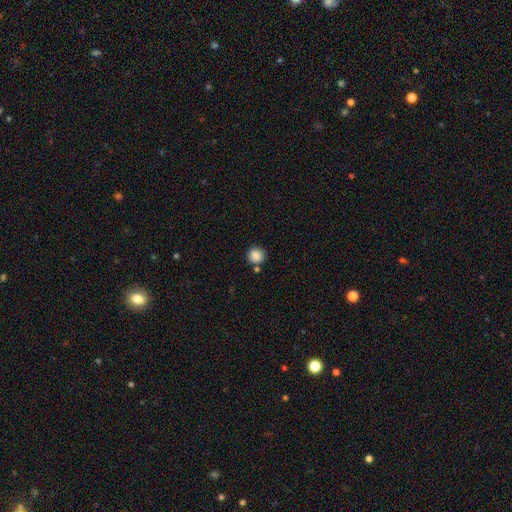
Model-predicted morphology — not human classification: Smooth or featured? smooth (87%)
How rounded? round (92%)
Merging? none (80%)